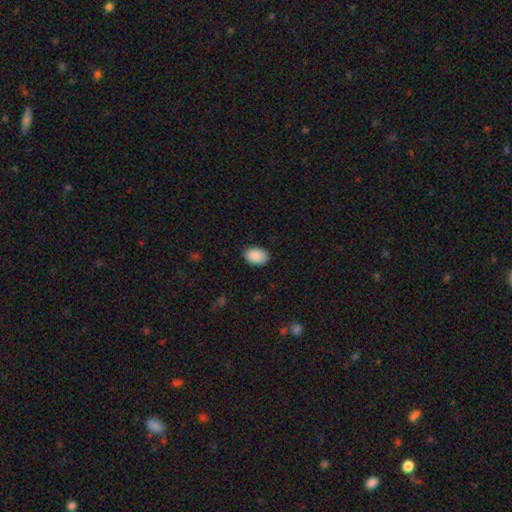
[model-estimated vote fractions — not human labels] smooth_or_featured: smooth (p=0.90) [alt: star or artifact p=0.07]
how_rounded: in between (p=0.86) [alt: round p=0.14]
merging: none (p=0.87) [alt: minor disturbance p=0.09]